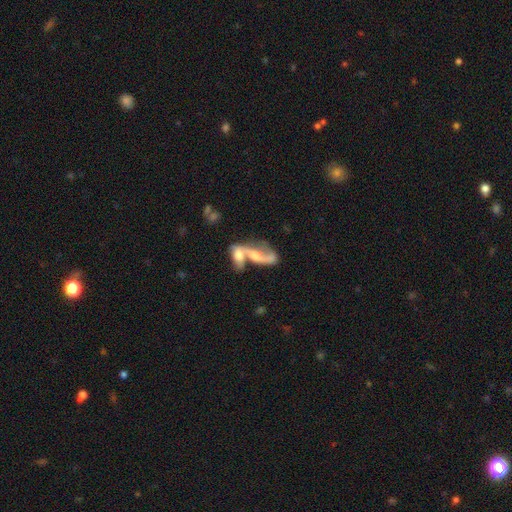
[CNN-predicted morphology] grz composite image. It shows a featured or disk galaxy (61%) with no bar (57%), spiral arms (70%) and a moderate central bulge (38%). Merging: merger (72%).